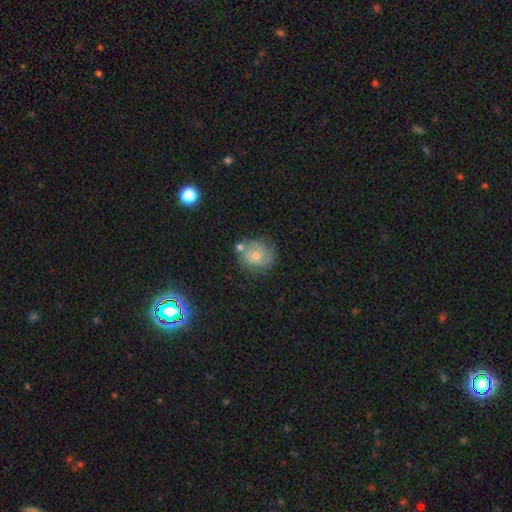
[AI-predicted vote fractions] smooth_or_featured: featured or disk (p=0.47) [alt: smooth p=0.39]
merging: none (p=0.64) [alt: minor disturbance p=0.20]